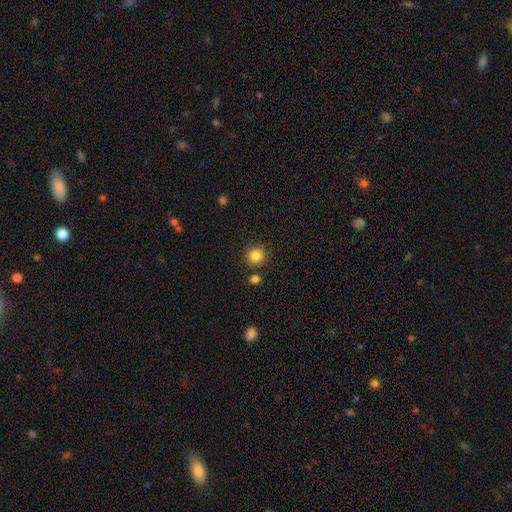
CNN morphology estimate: The model was most divided on "smooth or featured": smooth: 84%, star or artifact: 11%, featured or disk: 5%. More confident: how rounded — round (92%); merging — none (86%).